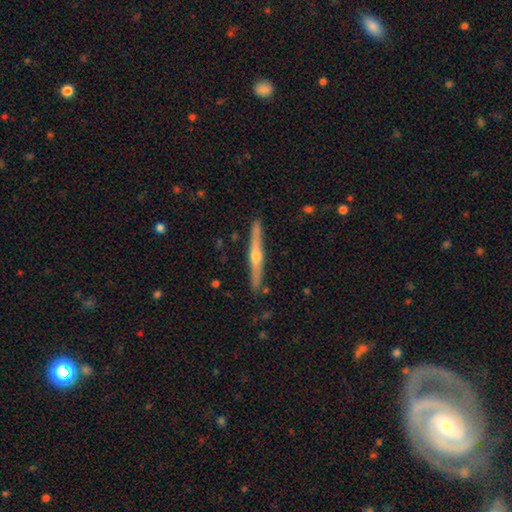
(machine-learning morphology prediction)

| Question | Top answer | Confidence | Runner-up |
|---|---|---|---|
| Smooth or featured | featured or disk | 74% | smooth (20%) |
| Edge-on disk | yes | 98% | no (2%) |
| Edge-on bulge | rounded | 90% | none (7%) |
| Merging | none | 90% | minor disturbance (7%) |